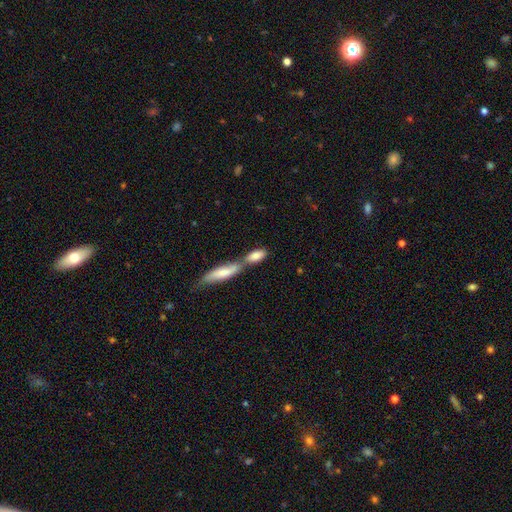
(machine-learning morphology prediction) Smooth or featured?
  - smooth: 77% *
  - featured or disk: 16%
  - star or artifact: 6%
How rounded?
  - in between: 69% *
  - cigar-shaped: 28%
  - round: 3%
Merging?
  - merger: 63% *
  - none: 26%
  - minor disturbance: 8%
  - major disturbance: 4%